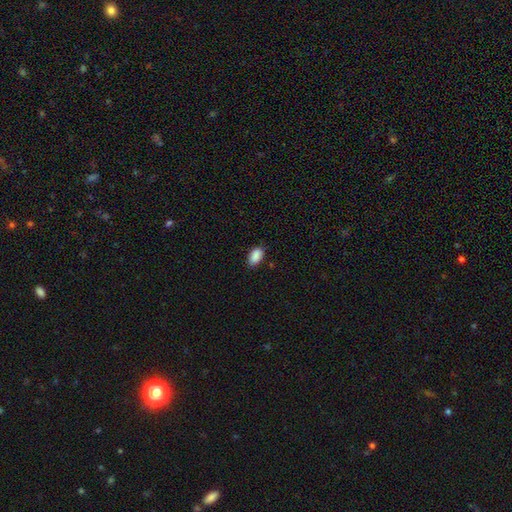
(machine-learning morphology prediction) This is clearly a smooth galaxy (89%). How rounded: clearly in between (93%). Merging: clearly none (83%).